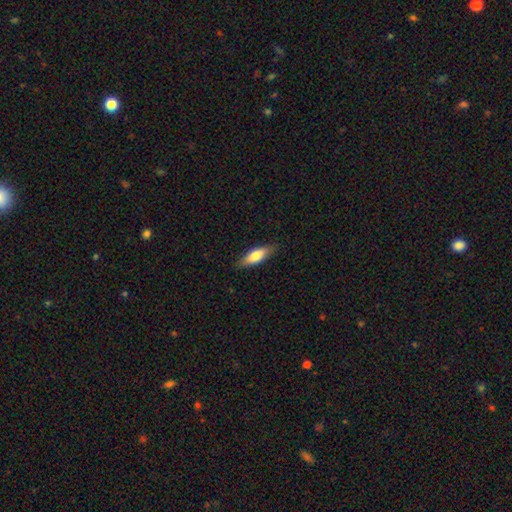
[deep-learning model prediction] The model was most divided on "how rounded": in between: 59%, cigar-shaped: 39%, round: 2%. More confident: merging — none (85%); smooth or featured — smooth (73%).